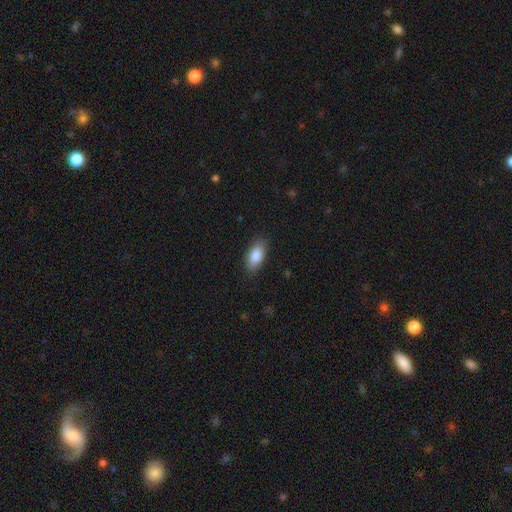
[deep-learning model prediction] A smooth galaxy with no disk features (87%) that is in between round and cigar-shaped (90%). Merging: none (85%).